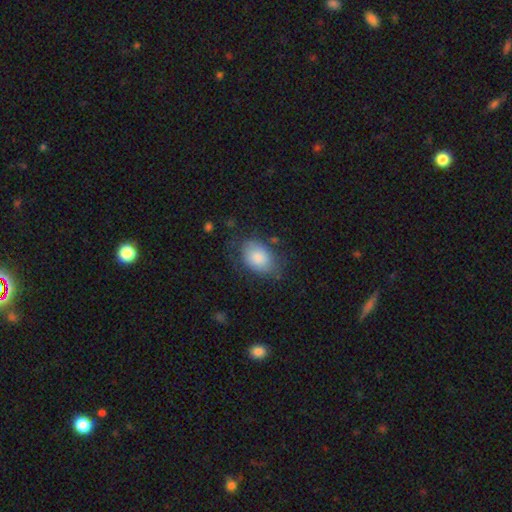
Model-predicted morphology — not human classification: Smooth or featured? Predicted: smooth (p=0.79). How rounded? Predicted: in between (p=0.83). Merging? Predicted: none (p=0.66).